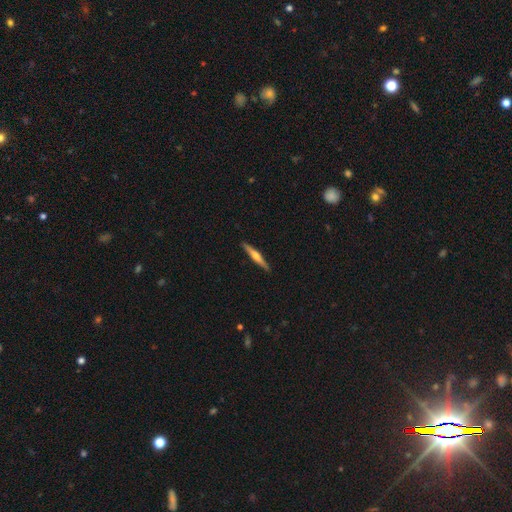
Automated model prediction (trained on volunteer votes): Smooth or featured? featured or disk (59%)
Edge-on disk? yes (97%)
Edge-on bulge? rounded (79%)
Merging? none (91%)